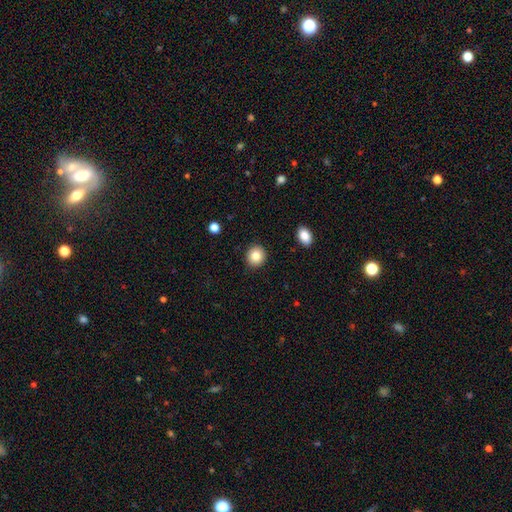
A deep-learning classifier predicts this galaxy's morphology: smooth 84%, star or artifact 9%, featured or disk 7%. Down the decision tree: how rounded — round (86%); merging — none (91%).